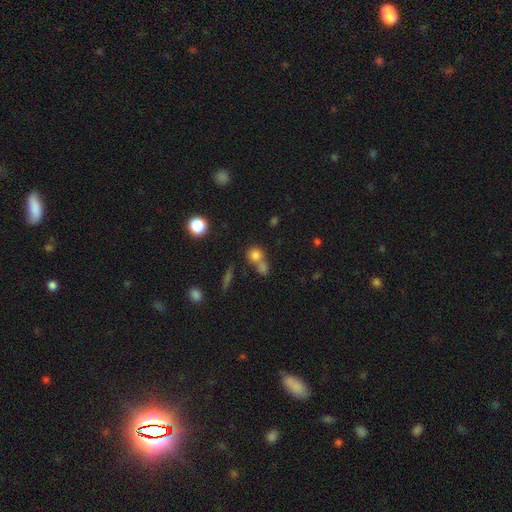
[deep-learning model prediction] This is likely a smooth galaxy (77%). How rounded: clearly round (83%). Merging: marginally merger (45%).